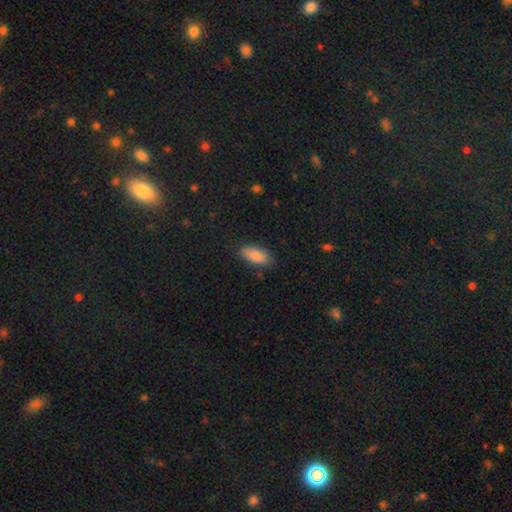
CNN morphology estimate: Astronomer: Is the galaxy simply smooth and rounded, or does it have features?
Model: smooth — 88%.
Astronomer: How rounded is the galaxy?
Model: in between — 89%.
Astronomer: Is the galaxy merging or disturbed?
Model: none — 83%.